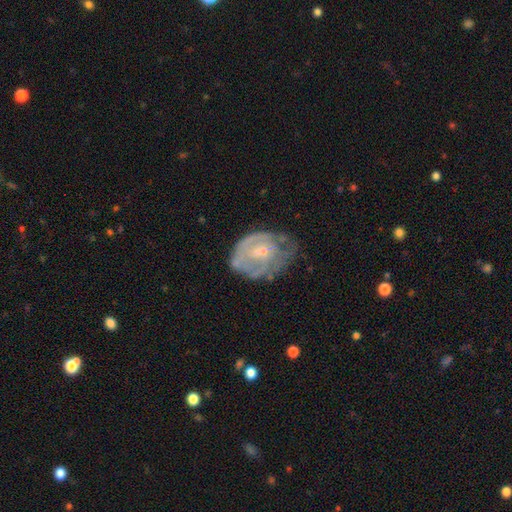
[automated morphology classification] This is likely a featured or disk galaxy (65%). It is clearly not viewed edge-on (97%). Bar: likely no (70%). Spiral arm pattern: possibly no (55%). Central bulge: likely small (72%). Merging: marginally none (34%).